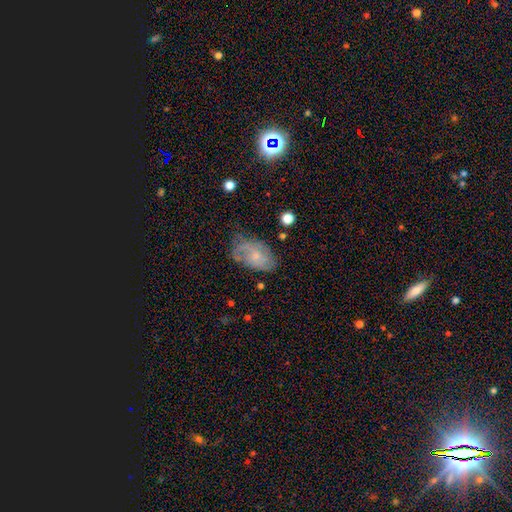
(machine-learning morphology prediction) featured or disk 46%, smooth 45%, star or artifact 8%. Down the decision tree: merging — none (52%).